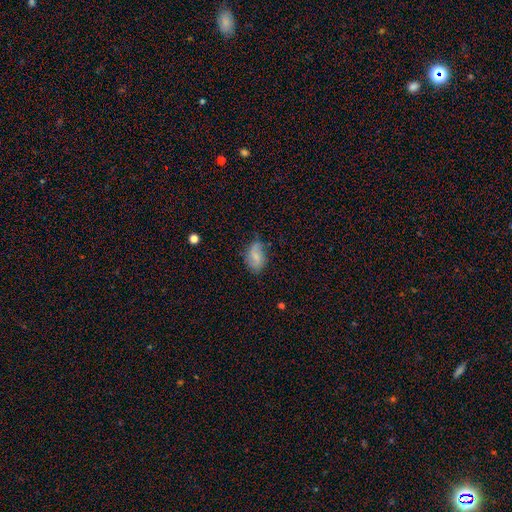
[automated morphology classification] smooth 65%, featured or disk 27%, star or artifact 8%. Down the decision tree: how rounded — in between (88%); merging — none (63%).